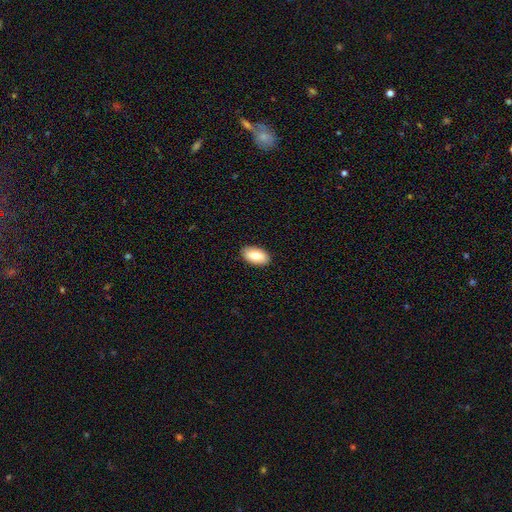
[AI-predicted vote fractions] This is likely a smooth galaxy (79%). How rounded: clearly in between (95%). Merging: clearly none (90%).